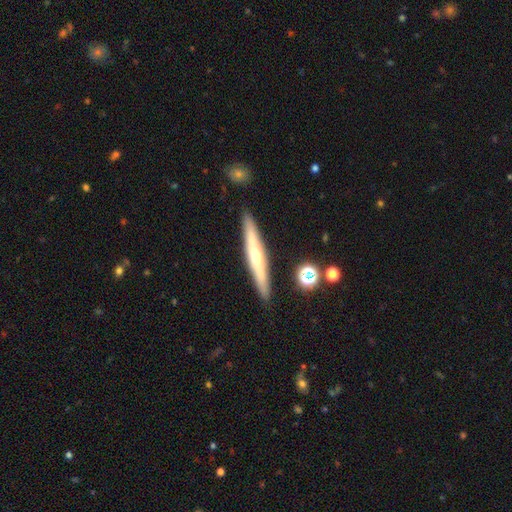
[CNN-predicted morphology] Smooth or featured? Predicted: featured or disk (p=0.66). Edge-on disk? Predicted: yes (p=0.94). Edge-on bulge? Predicted: rounded (p=0.78). Merging? Predicted: none (p=0.86).